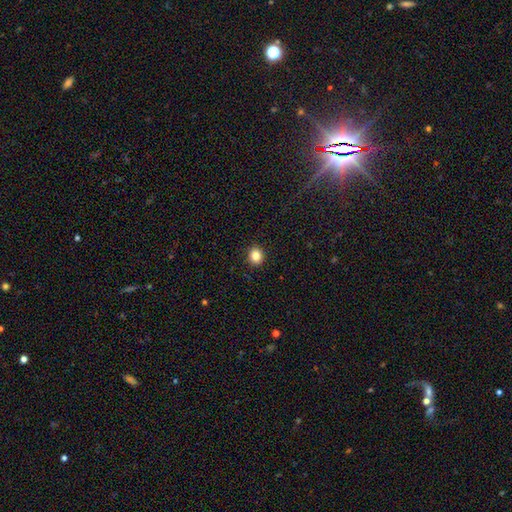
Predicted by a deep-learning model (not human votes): Smooth or featured?
  - smooth: 85% *
  - star or artifact: 11%
  - featured or disk: 5%
How rounded?
  - round: 82% *
  - in between: 17%
  - cigar-shaped: 1%
Merging?
  - none: 92% *
  - minor disturbance: 5%
  - major disturbance: 2%
  - merger: 1%